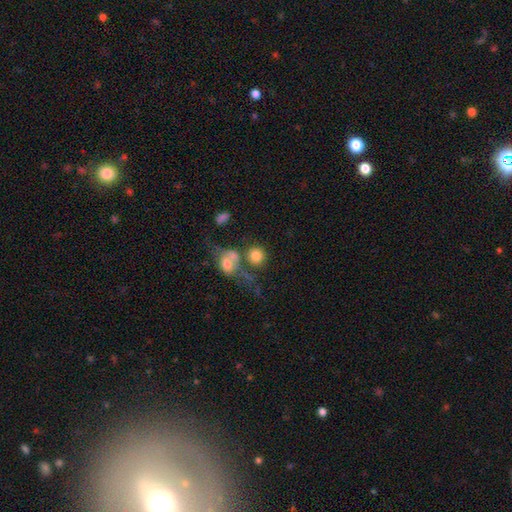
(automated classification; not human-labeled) Smooth or featured? smooth (78%)
How rounded? round (83%)
Merging? none (47%)